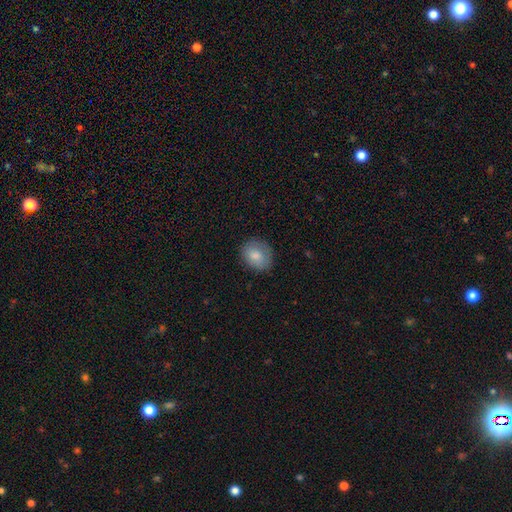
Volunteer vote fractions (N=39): smooth-or-featured: smooth: 74% | featured or disk: 15% | star or artifact: 10%
  how-rounded: round: 62% | in between: 38% | cigar-shaped: 0%
  merging: none: 77% | minor disturbance: 20% | major disturbance: 3% | merger: 0%